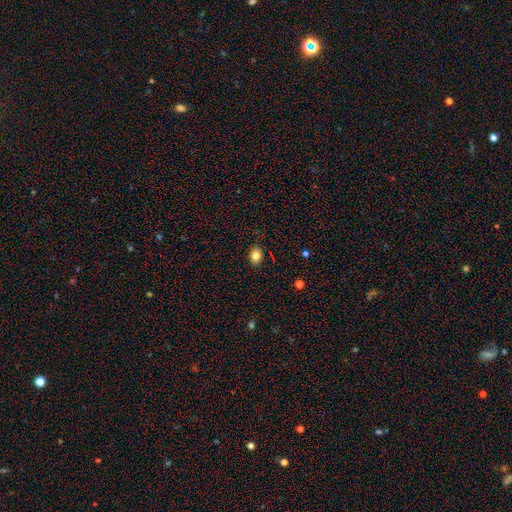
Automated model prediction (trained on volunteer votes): A smooth galaxy with no disk features (83%) that is in between round and cigar-shaped (65%).

Vote fractions:
- Smooth or featured? smooth: 83% / star or artifact: 11% / featured or disk: 6%
- How rounded? in between: 65% / round: 34% / cigar-shaped: 1%
- Merging? none: 86% / minor disturbance: 10% / major disturbance: 2% / merger: 1%